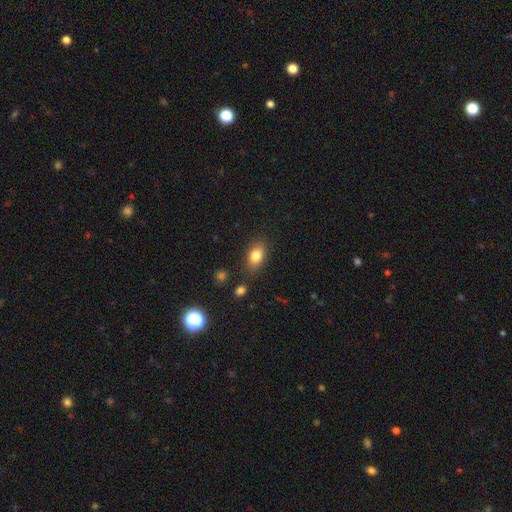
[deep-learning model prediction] This appears to be a smooth galaxy with no disk features (82%) that is in between round and cigar-shaped (82%). Merging: none (82%).